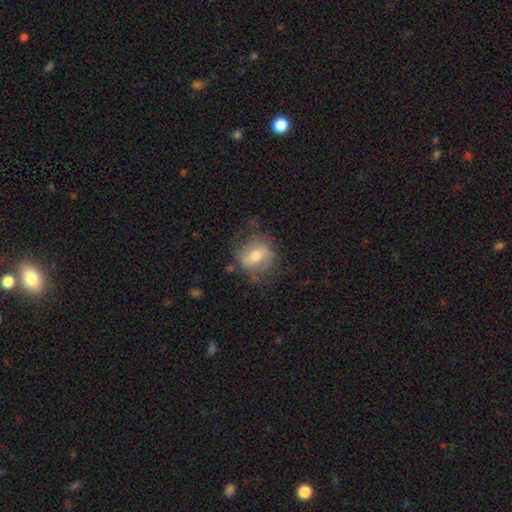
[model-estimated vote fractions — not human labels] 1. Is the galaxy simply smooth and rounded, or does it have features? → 47% featured or disk, 44% smooth, 9% star or artifact.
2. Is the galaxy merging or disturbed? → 66% none, 21% minor disturbance, 11% major disturbance, 2% merger.